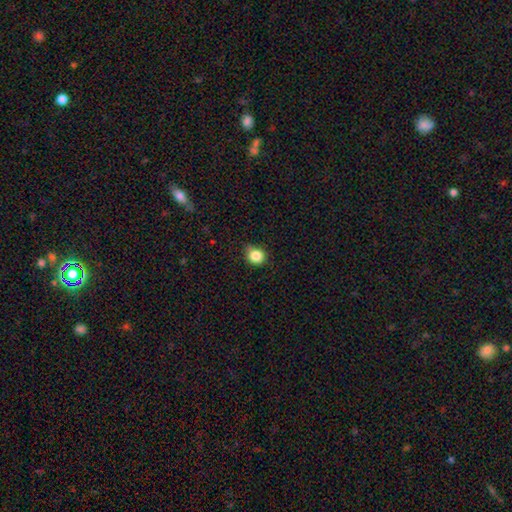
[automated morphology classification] type=smooth (84%); roundness=round (81%); merging=none (74%).